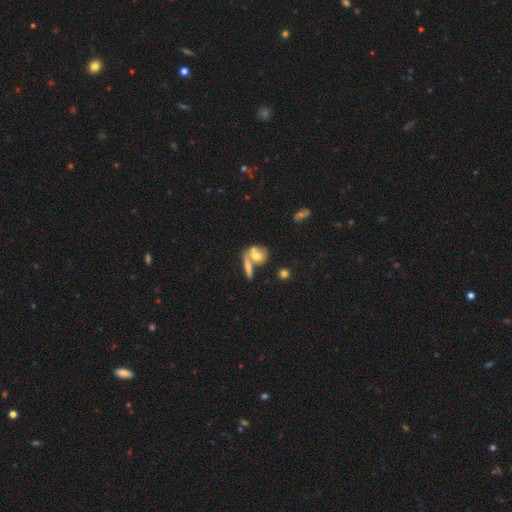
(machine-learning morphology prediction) Smooth or featured: smooth — 56% (featured or disk — 34%)
How rounded: in between — 45% (round — 43%)
Merging: none — 42% (merger — 41%)